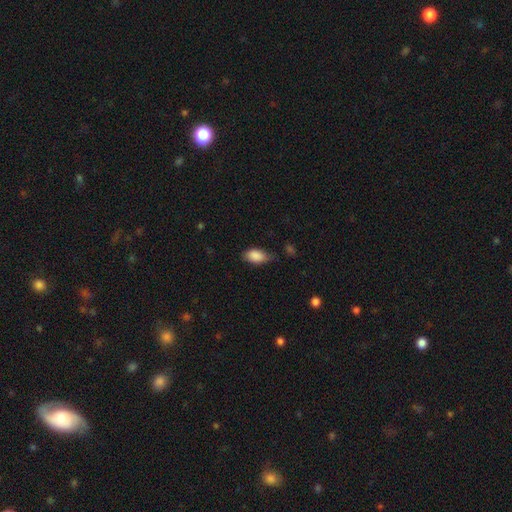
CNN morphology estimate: Q: Smooth or featured?
A: smooth (87%); runner-up: star or artifact (7%)
Q: How rounded?
A: in between (92%); runner-up: round (5%)
Q: Merging?
A: none (54%); runner-up: minor disturbance (35%)